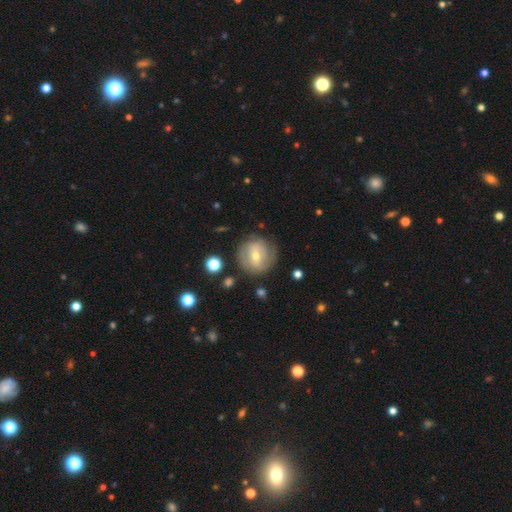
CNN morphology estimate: smooth-or-featured: featured or disk: 59% | smooth: 34% | star or artifact: 7%
  disk-edge-on: no: 96% | yes: 4%
    bar: weak: 46% | no: 31% | strong: 23%
    has-spiral-arms: yes: 68% | no: 32%
    bulge-size: moderate: 51% | small: 46% | large: 2% | none: 1% | dominant: 1%
  merging: none: 77% | minor disturbance: 15% | major disturbance: 7% | merger: 2%